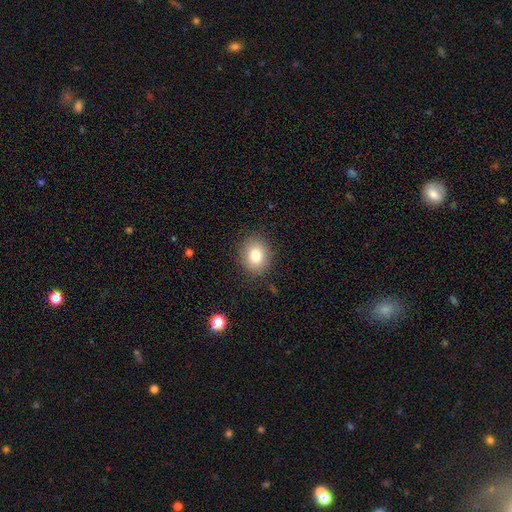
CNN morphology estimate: This is clearly a smooth galaxy (80%). How rounded: possibly round (60%). Merging: clearly none (86%).